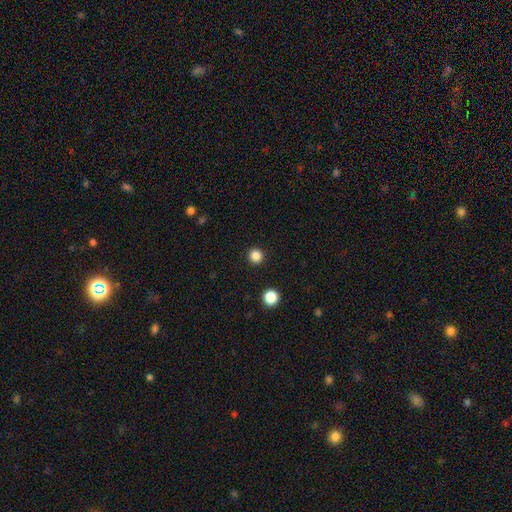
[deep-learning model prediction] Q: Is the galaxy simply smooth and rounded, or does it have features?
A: smooth — 84%.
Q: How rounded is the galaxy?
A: round — 95%.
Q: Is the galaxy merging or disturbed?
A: none — 93%.